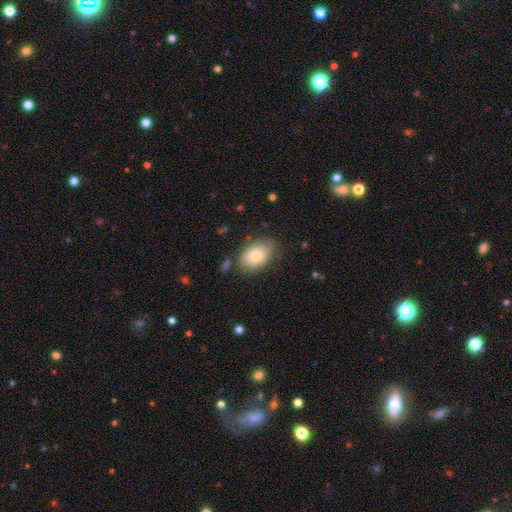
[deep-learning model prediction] Morphology: type=smooth (80%); roundness=in between (88%); merging=none (76%).